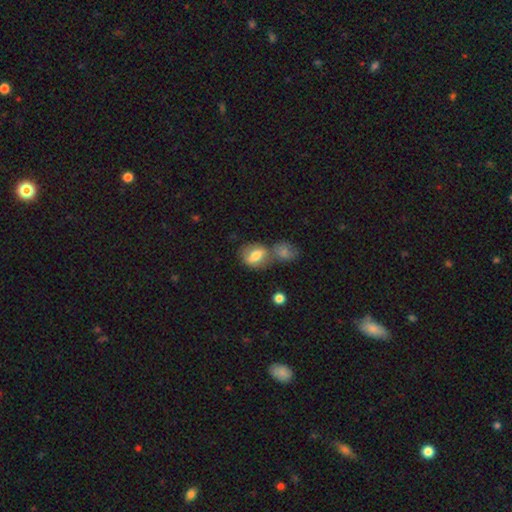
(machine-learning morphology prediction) smooth 67%, featured or disk 25%, star or artifact 8%. Down the decision tree: how rounded — in between (74%); merging — none (40%).